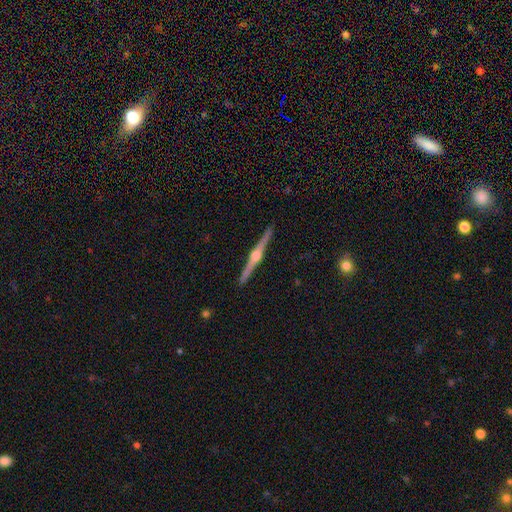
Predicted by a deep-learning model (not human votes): Smooth or featured?
  - featured or disk: 88% *
  - smooth: 8%
  - star or artifact: 5%
Edge-on disk?
  - yes: 99% *
  - no: 1%
Edge-on bulge?
  - rounded: 93% *
  - boxy: 4%
  - none: 2%
Merging?
  - none: 93% *
  - minor disturbance: 5%
  - major disturbance: 1%
  - merger: 1%